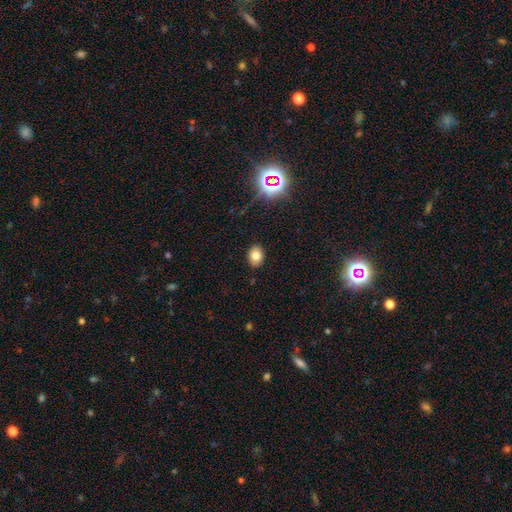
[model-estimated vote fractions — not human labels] smooth-or-featured: smooth: 77% | star or artifact: 13% | featured or disk: 9%
  how-rounded: in between: 69% | round: 30% | cigar-shaped: 1%
  merging: none: 88% | minor disturbance: 9% | major disturbance: 2% | merger: 1%